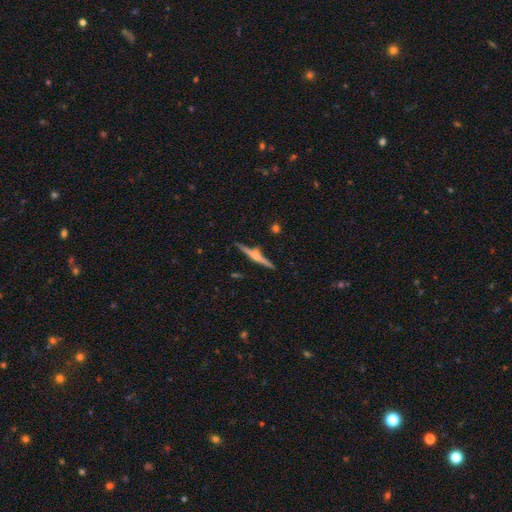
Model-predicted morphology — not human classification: Q: Smooth or featured?
A: featured or disk (70%); runner-up: smooth (23%)
Q: Edge-on disk?
A: yes (98%); runner-up: no (2%)
Q: Edge-on bulge?
A: rounded (69%); runner-up: boxy (16%)
Q: Merging?
A: none (83%); runner-up: minor disturbance (9%)